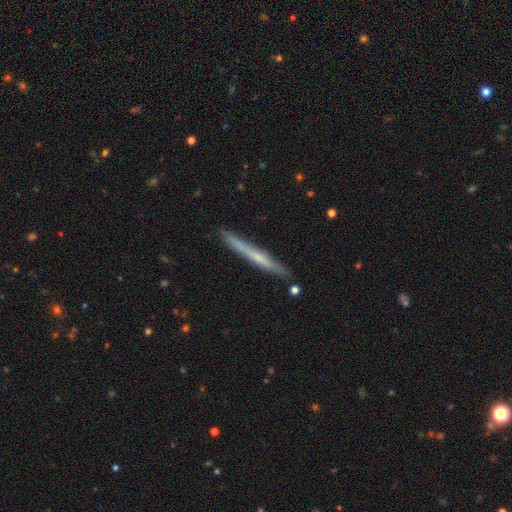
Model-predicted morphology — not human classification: Smooth or featured?
  - featured or disk: 49% *
  - smooth: 45%
  - star or artifact: 6%
Merging?
  - none: 87% *
  - minor disturbance: 9%
  - merger: 2%
  - major disturbance: 1%